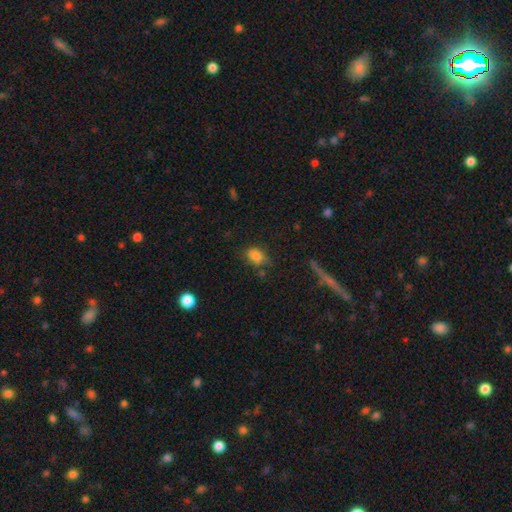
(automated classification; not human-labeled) Smooth or featured: smooth — 80% (star or artifact — 11%)
How rounded: in between — 79% (round — 19%)
Merging: none — 62% (minor disturbance — 25%)